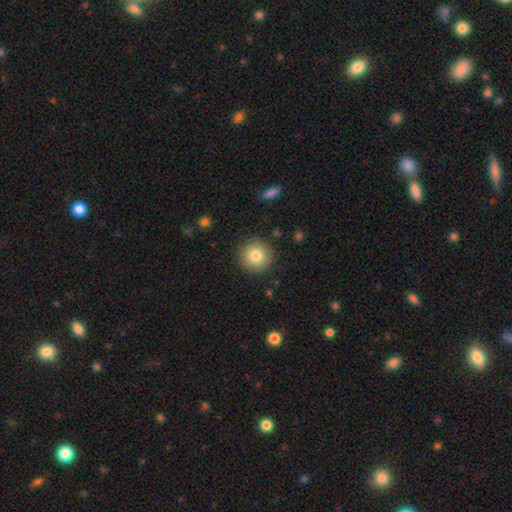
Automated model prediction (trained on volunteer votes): Smooth or featured? smooth (82%)
How rounded? round (95%)
Merging? none (90%)